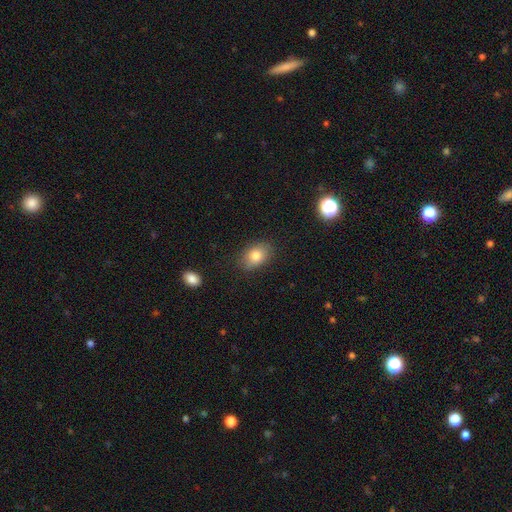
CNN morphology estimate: This is clearly a smooth galaxy (81%). How rounded: likely in between (80%). Merging: clearly none (83%).